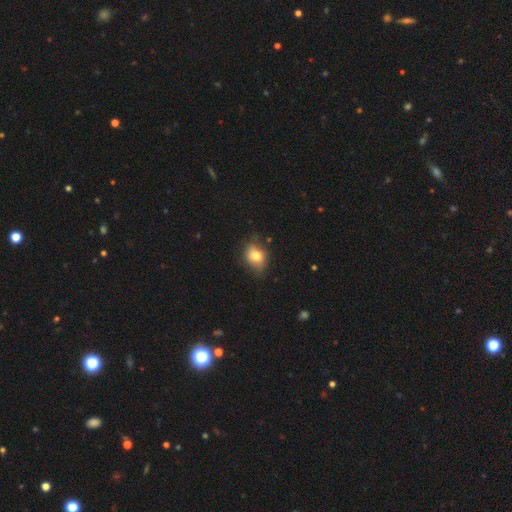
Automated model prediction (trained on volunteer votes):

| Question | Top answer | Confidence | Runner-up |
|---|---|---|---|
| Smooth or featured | smooth | 75% | featured or disk (15%) |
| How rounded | in between | 59% | round (39%) |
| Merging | none | 67% | minor disturbance (26%) |